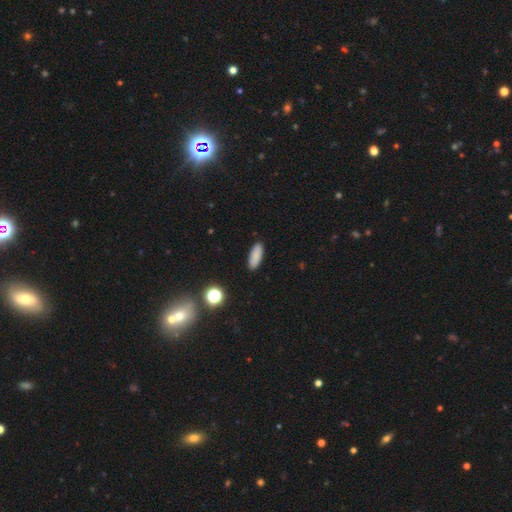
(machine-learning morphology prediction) Overall: smooth (85%). How rounded: in between (67%; cigar-shaped 30%). Merging: none (90%).